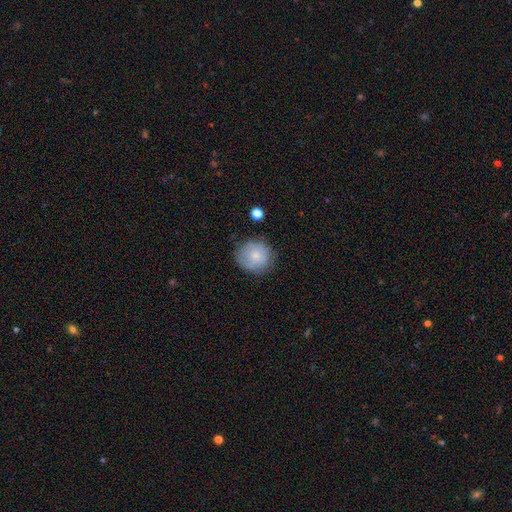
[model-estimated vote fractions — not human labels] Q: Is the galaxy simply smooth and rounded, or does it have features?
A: smooth — 76%.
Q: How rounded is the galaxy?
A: round — 88%.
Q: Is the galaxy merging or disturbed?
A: none — 74%.